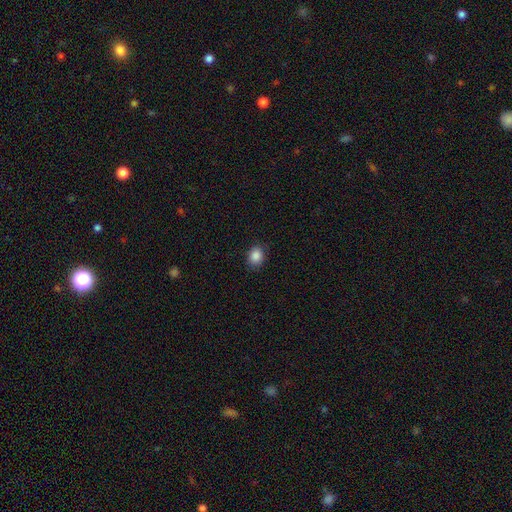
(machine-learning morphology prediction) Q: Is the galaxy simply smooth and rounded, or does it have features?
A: smooth — 87%.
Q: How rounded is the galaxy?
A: round — 52%.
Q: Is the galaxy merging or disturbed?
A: none — 87%.